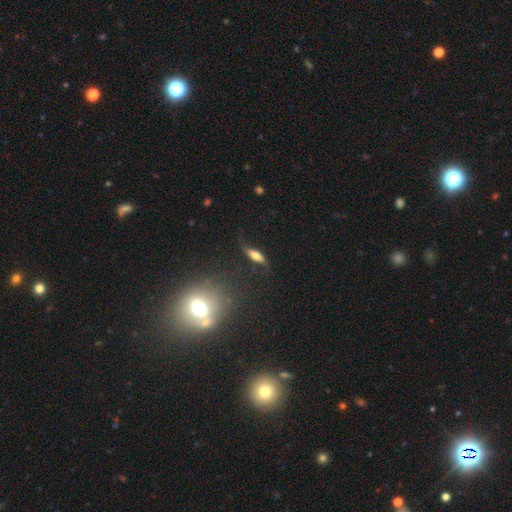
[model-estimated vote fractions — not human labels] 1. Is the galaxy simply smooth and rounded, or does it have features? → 53% featured or disk, 38% smooth, 9% star or artifact.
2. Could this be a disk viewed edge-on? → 61% yes, 39% no.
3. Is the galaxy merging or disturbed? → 61% none, 24% minor disturbance, 13% major disturbance, 2% merger.